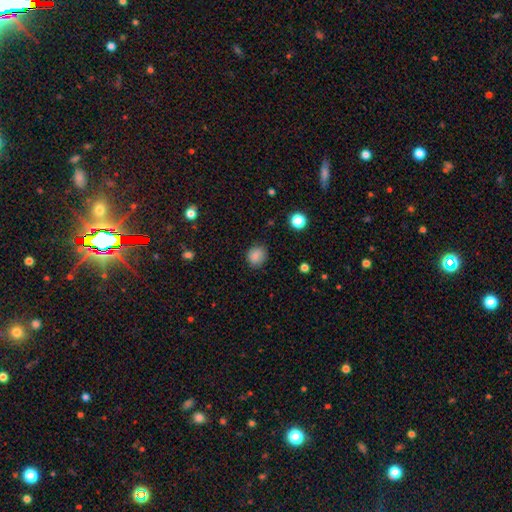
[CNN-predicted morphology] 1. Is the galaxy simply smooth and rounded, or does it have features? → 84% smooth, 10% star or artifact, 5% featured or disk.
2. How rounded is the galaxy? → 68% round, 31% in between, 1% cigar-shaped.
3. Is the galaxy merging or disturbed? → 80% none, 15% minor disturbance, 4% major disturbance, 1% merger.